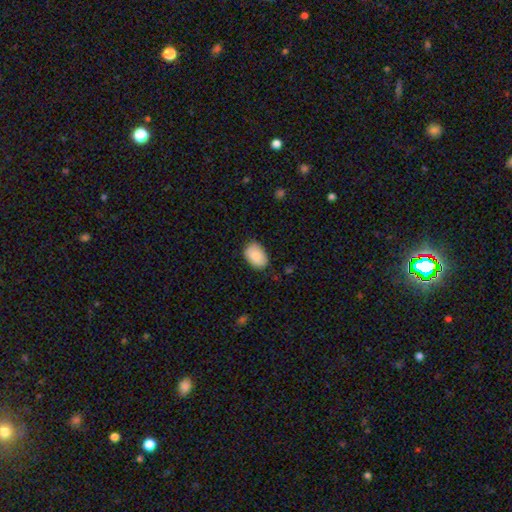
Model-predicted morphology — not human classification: A smooth galaxy with no disk features (87%) that is in between round and cigar-shaped (85%).

Vote fractions:
- Smooth or featured? smooth: 87% / featured or disk: 7% / star or artifact: 7%
- How rounded? in between: 85% / round: 14% / cigar-shaped: 1%
- Merging? none: 80% / minor disturbance: 16% / major disturbance: 3% / merger: 1%